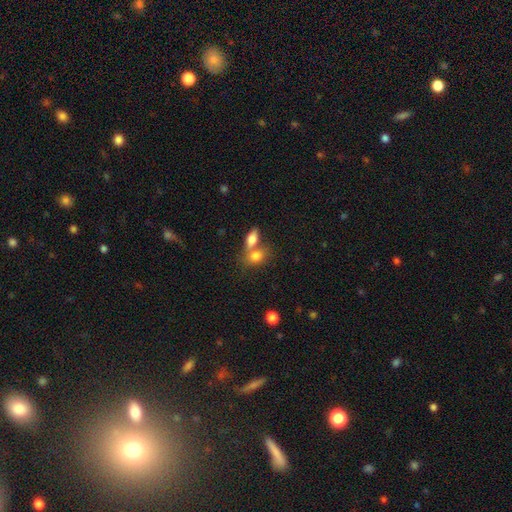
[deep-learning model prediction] A smooth galaxy with no disk features (79%) that is in between round and cigar-shaped (69%).

Vote fractions:
- Smooth or featured? smooth: 79% / featured or disk: 13% / star or artifact: 8%
- How rounded? in between: 69% / round: 28% / cigar-shaped: 4%
- Merging? merger: 57% / none: 31% / minor disturbance: 8% / major disturbance: 4%